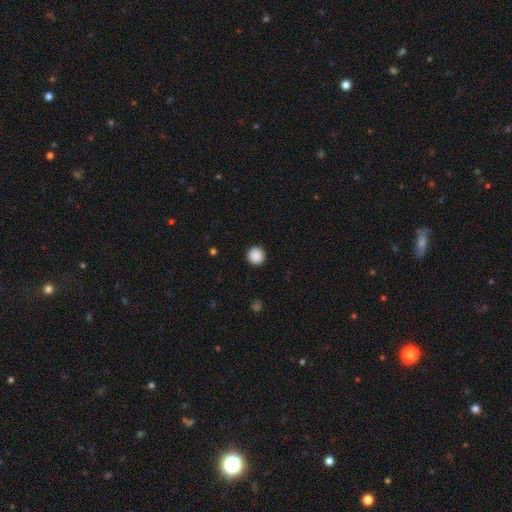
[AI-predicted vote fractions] Smooth or featured?
  - smooth: 89% *
  - star or artifact: 9%
  - featured or disk: 3%
How rounded?
  - round: 95% *
  - in between: 4%
  - cigar-shaped: 1%
Merging?
  - none: 93% *
  - minor disturbance: 4%
  - major disturbance: 2%
  - merger: 1%